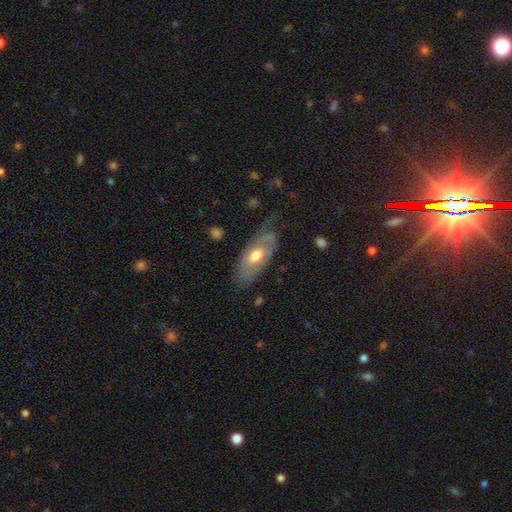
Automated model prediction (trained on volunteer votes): Smooth or featured? featured or disk (61%)
Edge-on disk? no (84%)
Bar? no (58%)
Spiral arms? yes (67%)
Bulge size? moderate (73%)
Merging? none (59%)